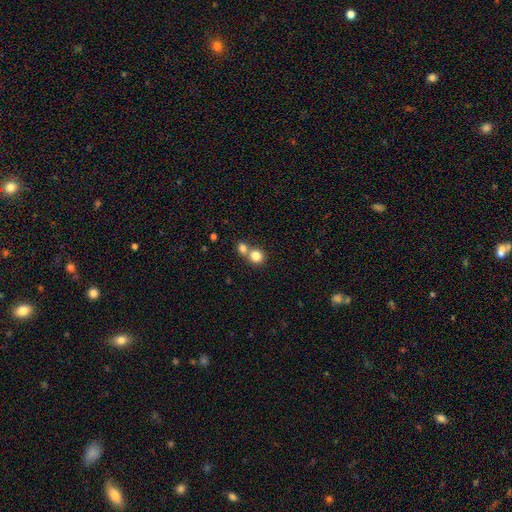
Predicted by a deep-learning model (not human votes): This is clearly a smooth galaxy (82%). How rounded: clearly round (83%). Merging: possibly merger (48%).